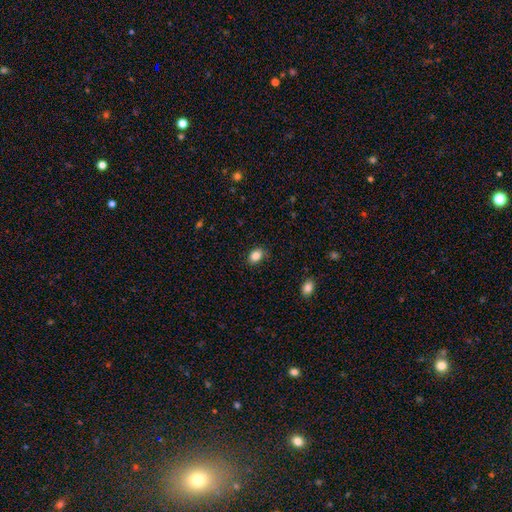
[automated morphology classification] A smooth galaxy with no disk features (86%) that is in between round and cigar-shaped (71%).

Vote fractions:
- Smooth or featured? smooth: 86% / star or artifact: 10% / featured or disk: 4%
- How rounded? in between: 71% / round: 28% / cigar-shaped: 1%
- Merging? none: 81% / minor disturbance: 15% / major disturbance: 3% / merger: 1%